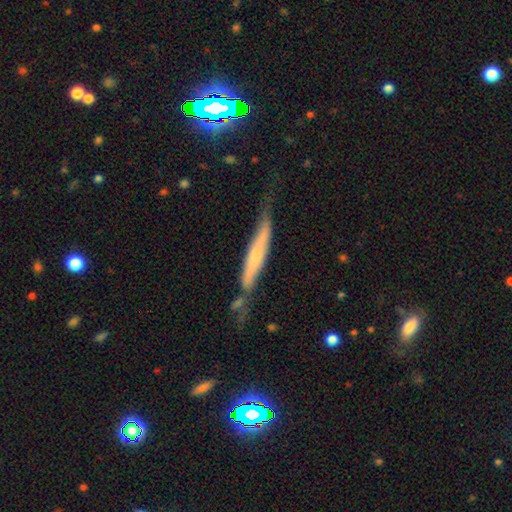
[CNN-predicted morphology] Smooth or featured? Predicted: featured or disk (p=0.54). Edge-on disk? Predicted: yes (p=0.85). Merging? Predicted: none (p=0.51).